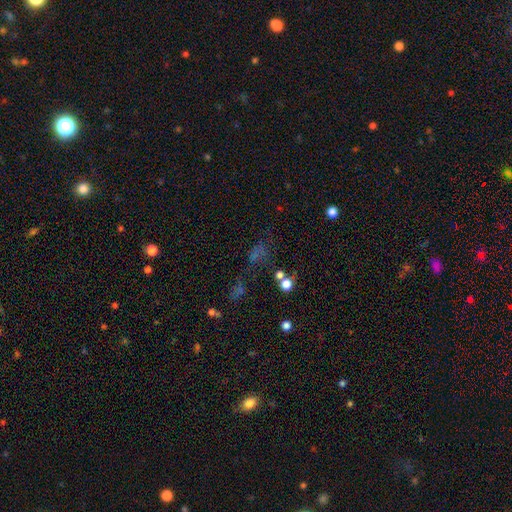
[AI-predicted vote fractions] A star or artifact, not a galaxy (49%).